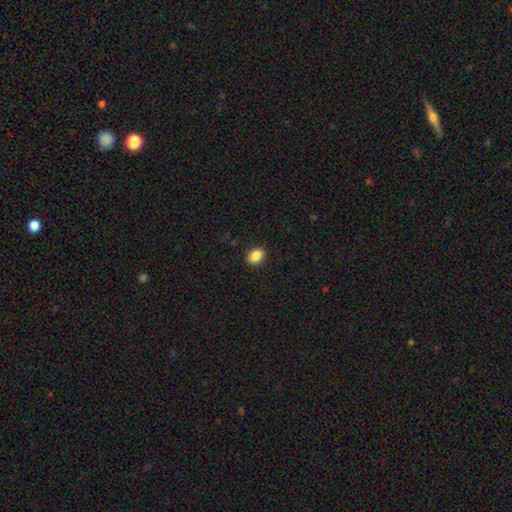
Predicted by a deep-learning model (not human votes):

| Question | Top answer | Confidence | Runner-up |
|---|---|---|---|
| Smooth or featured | smooth | 87% | star or artifact (9%) |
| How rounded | in between | 72% | round (27%) |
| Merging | none | 90% | minor disturbance (7%) |